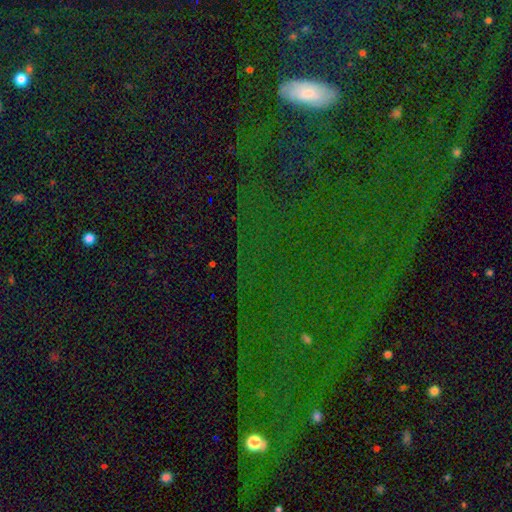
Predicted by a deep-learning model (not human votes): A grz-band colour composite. It shows a star or artifact, not a galaxy (73%).